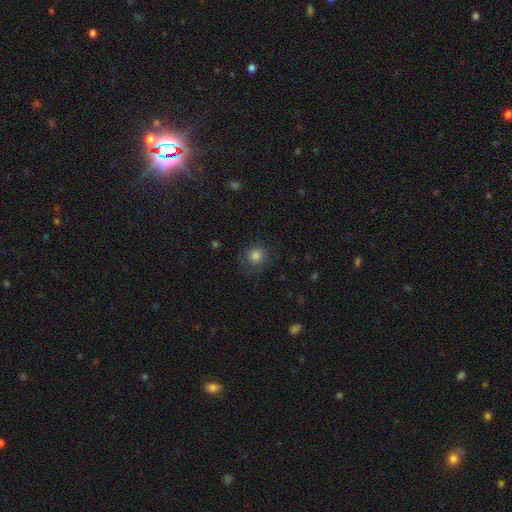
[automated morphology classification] A smooth galaxy with no disk features (80%) that is round (86%).

Vote fractions:
- Smooth or featured? smooth: 80% / star or artifact: 12% / featured or disk: 8%
- How rounded? round: 86% / in between: 13% / cigar-shaped: 1%
- Merging? none: 75% / minor disturbance: 16% / major disturbance: 7% / merger: 1%